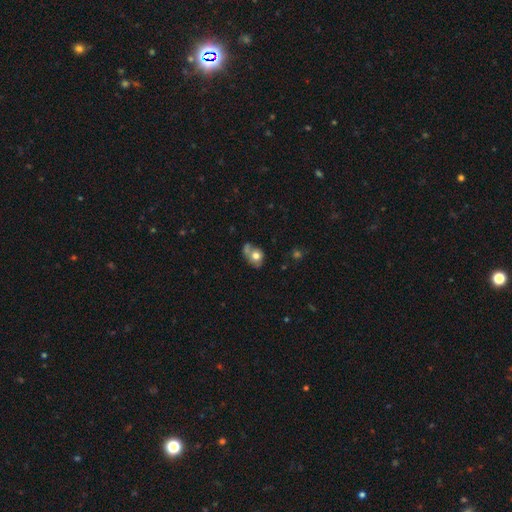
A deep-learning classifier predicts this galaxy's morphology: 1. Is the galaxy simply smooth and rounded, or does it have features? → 70% smooth, 20% featured or disk, 10% star or artifact.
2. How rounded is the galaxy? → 50% in between, 49% round, 1% cigar-shaped.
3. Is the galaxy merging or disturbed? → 38% none, 26% merger, 23% minor disturbance, 14% major disturbance.